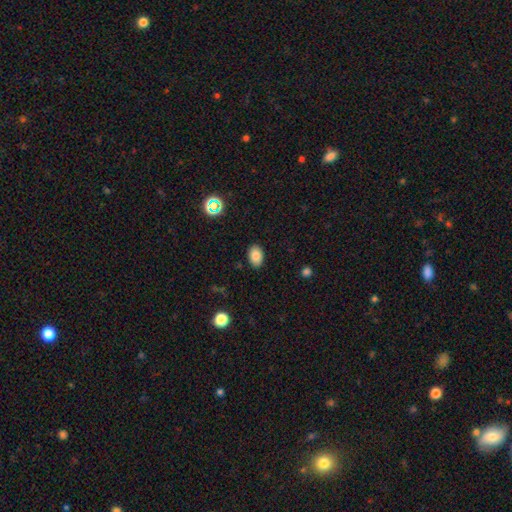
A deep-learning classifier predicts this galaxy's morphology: Overall: smooth (83%). How rounded: in between (86%). Merging: none (88%).